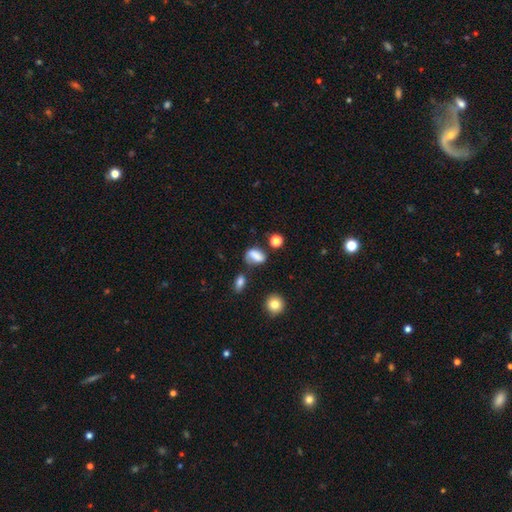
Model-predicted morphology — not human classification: This is likely a smooth galaxy (71%). How rounded: likely in between (73%). Merging: possibly none (48%).